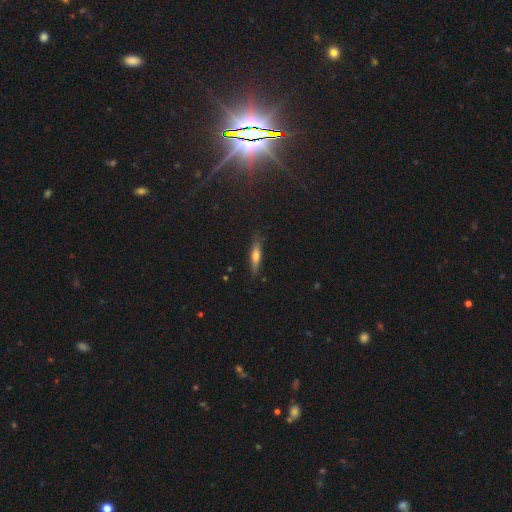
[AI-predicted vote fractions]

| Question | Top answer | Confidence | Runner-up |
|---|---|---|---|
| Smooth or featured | smooth | 58% | featured or disk (35%) |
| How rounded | cigar-shaped | 78% | in between (20%) |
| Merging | none | 85% | minor disturbance (12%) |